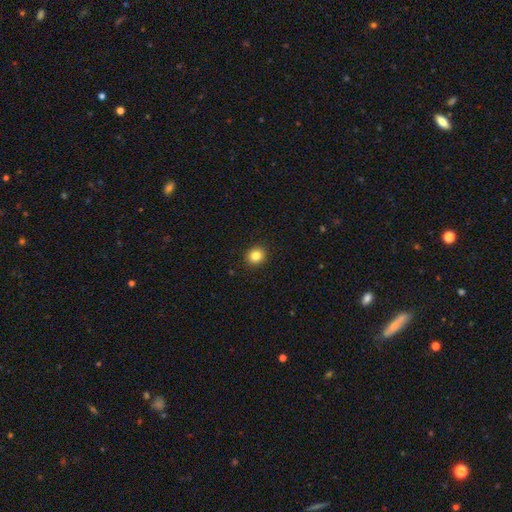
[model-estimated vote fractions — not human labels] Smooth or featured? Predicted: smooth (p=0.84). How rounded? Predicted: round (p=0.82). Merging? Predicted: none (p=0.92).